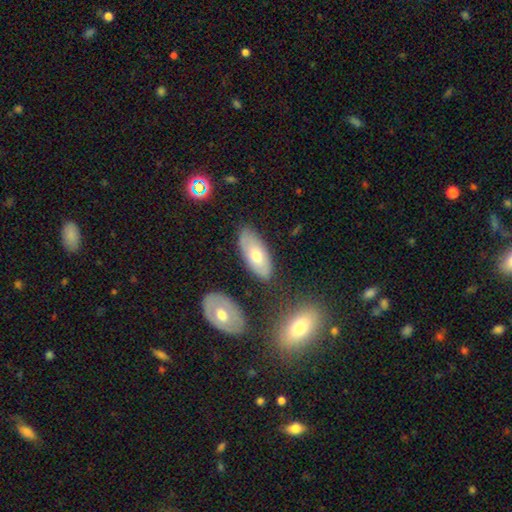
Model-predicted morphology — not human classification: type=smooth (57%); roundness=in between (88%); merging=none (77%).